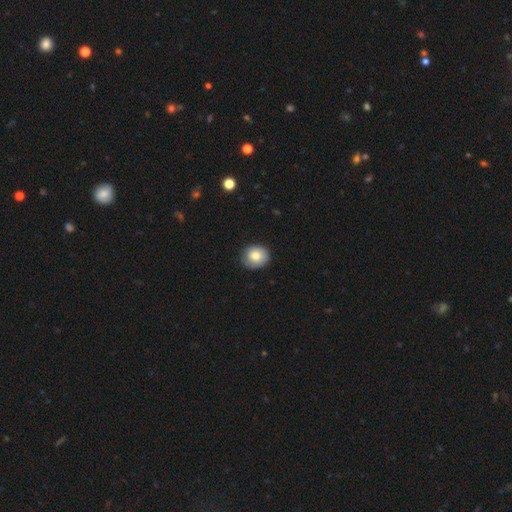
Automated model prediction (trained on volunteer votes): The model was most divided on "how rounded": round: 73%, in between: 26%, cigar-shaped: 1%. More confident: merging — none (78%); smooth or featured — smooth (76%).